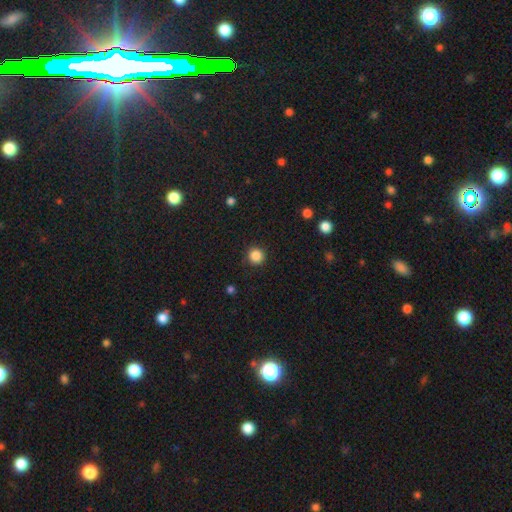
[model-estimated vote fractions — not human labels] Overall: smooth (86%). How rounded: round (94%). Merging: none (90%).